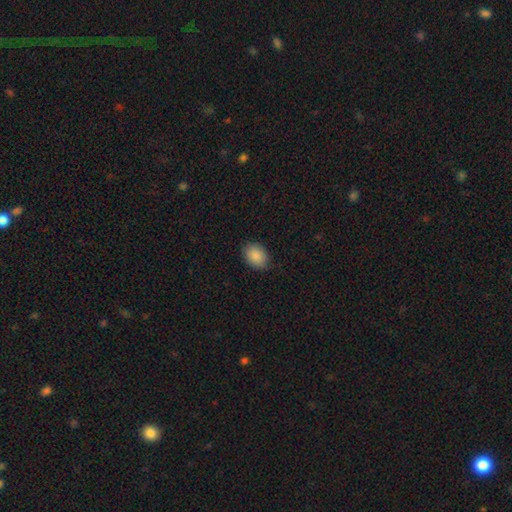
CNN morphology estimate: The model was most divided on "how rounded": in between: 66%, round: 33%, cigar-shaped: 1%. More confident: smooth or featured — smooth (89%); merging — none (82%).